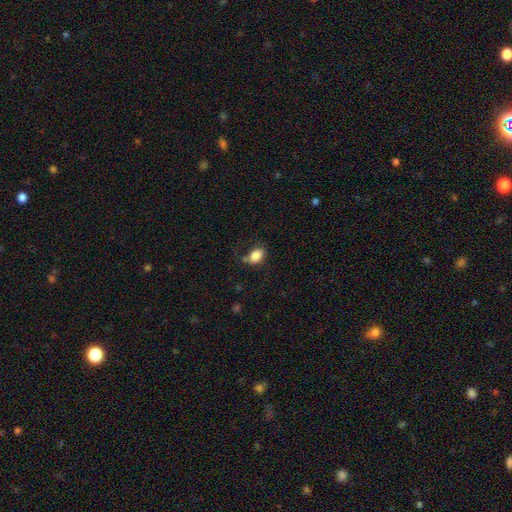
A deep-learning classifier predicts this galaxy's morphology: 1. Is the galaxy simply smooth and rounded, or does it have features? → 85% smooth, 9% star or artifact, 7% featured or disk.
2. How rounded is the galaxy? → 85% in between, 14% round, 2% cigar-shaped.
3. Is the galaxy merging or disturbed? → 61% none, 26% minor disturbance, 9% major disturbance, 5% merger.